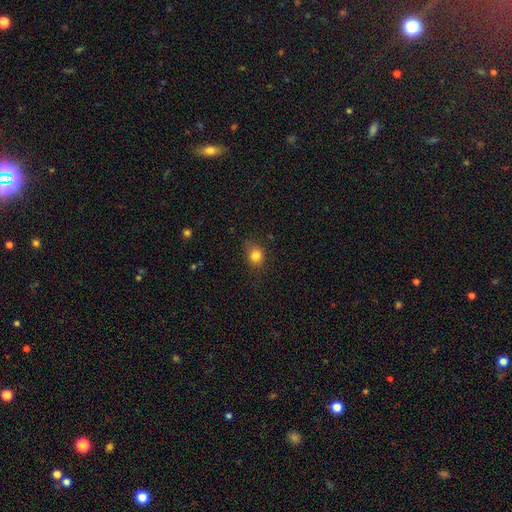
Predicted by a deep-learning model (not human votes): The model was most divided on "how rounded": round: 71%, in between: 28%, cigar-shaped: 1%. More confident: smooth or featured — smooth (81%); merging — none (71%).